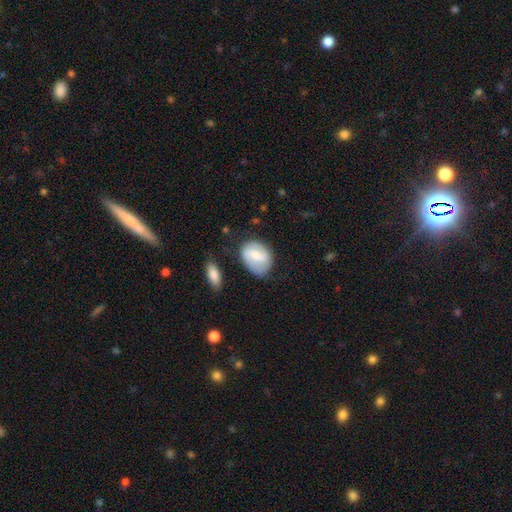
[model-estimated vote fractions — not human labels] smooth-or-featured: smooth: 51% | featured or disk: 43% | star or artifact: 6%
  how-rounded: in between: 70% | round: 28% | cigar-shaped: 1%
  merging: none: 68% | minor disturbance: 21% | major disturbance: 6% | merger: 4%